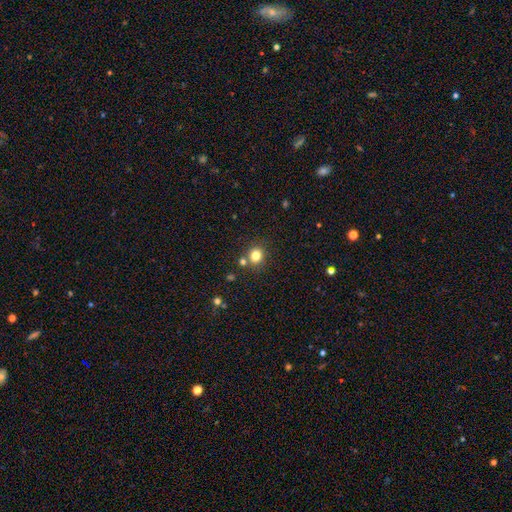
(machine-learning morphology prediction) This appears to be a smooth galaxy with no disk features (80%) that is round (81%). Merging: none (77%).